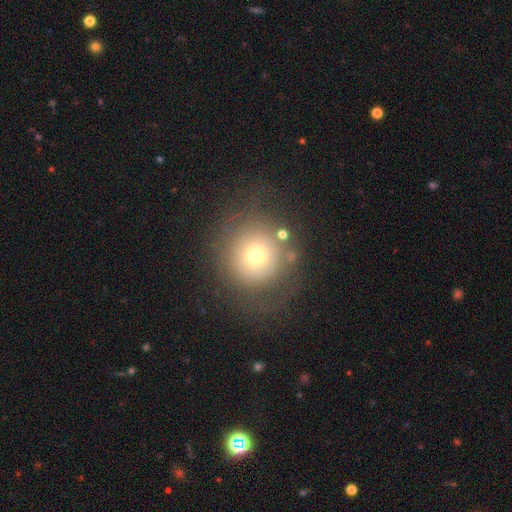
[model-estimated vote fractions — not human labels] Morphology: type=smooth (63%); roundness=round (93%); merging=none (67%).